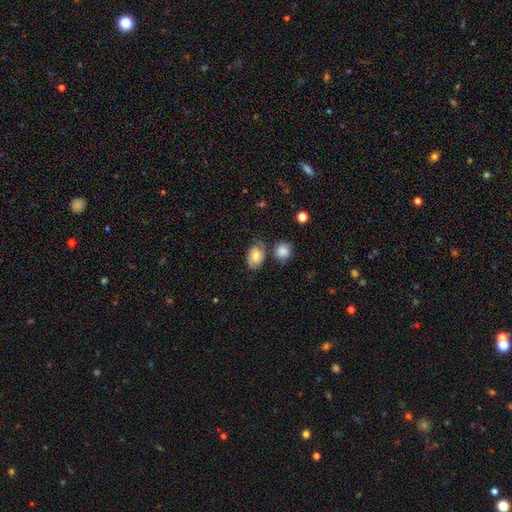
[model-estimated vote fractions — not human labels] Morphology: type=featured or disk (52%); edge-on=no (96%); merging=none (61%).